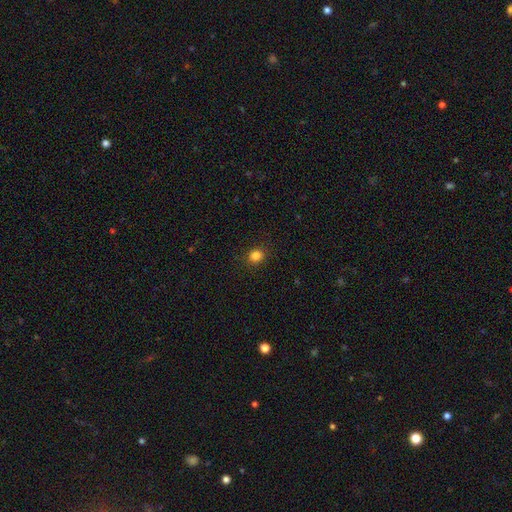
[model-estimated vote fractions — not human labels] Smooth or featured? smooth (84%)
How rounded? round (79%)
Merging? none (90%)